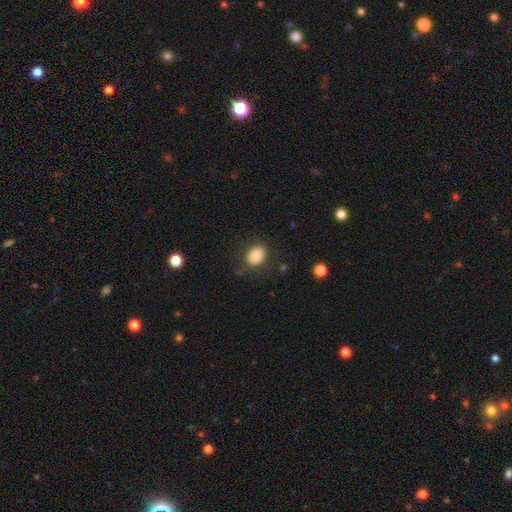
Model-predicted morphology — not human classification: Overall: smooth (80%). How rounded: round (53%; in between 46%). Merging: none (78%).